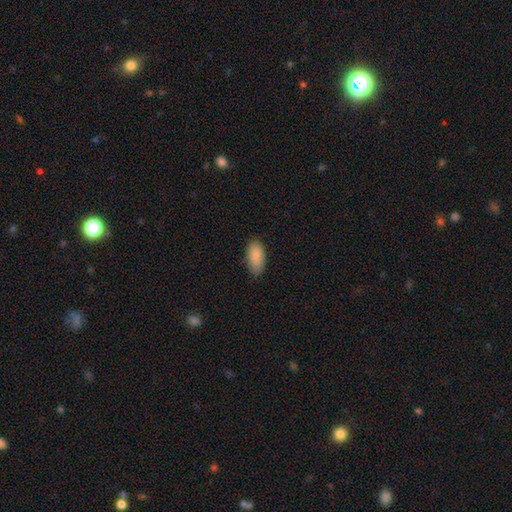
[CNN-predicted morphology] This appears to be a smooth galaxy with no disk features (89%) that is in between round and cigar-shaped (92%). Merging: none (80%).